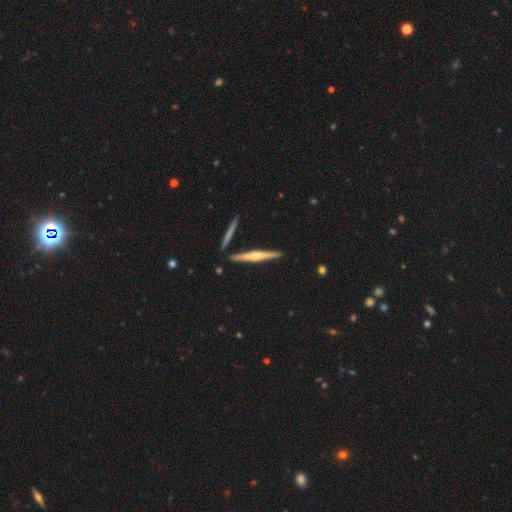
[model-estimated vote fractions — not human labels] Q: Smooth or featured?
A: featured or disk (64%); runner-up: smooth (31%)
Q: Edge-on disk?
A: yes (98%); runner-up: no (2%)
Q: Edge-on bulge?
A: rounded (65%); runner-up: none (19%)
Q: Merging?
A: none (86%); runner-up: minor disturbance (7%)